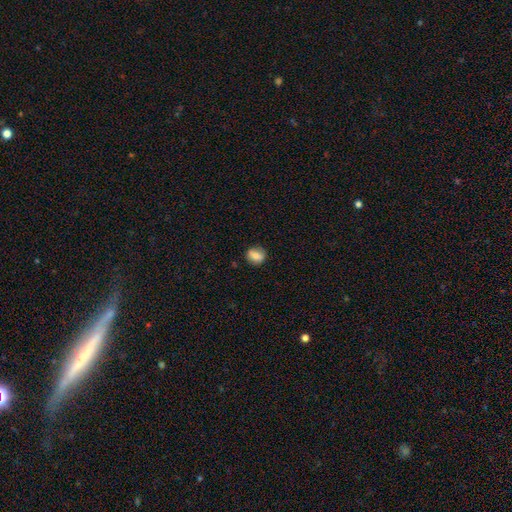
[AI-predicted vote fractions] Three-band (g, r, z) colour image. It shows a smooth galaxy with no disk features (78%) that is round (63%). Merging: none (81%).